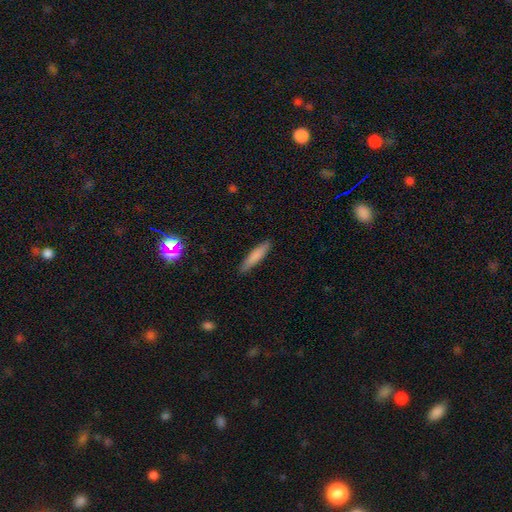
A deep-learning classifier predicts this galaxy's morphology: Smooth or featured: smooth — 81% (featured or disk — 13%)
How rounded: cigar-shaped — 84% (in between — 15%)
Merging: none — 88% (minor disturbance — 9%)